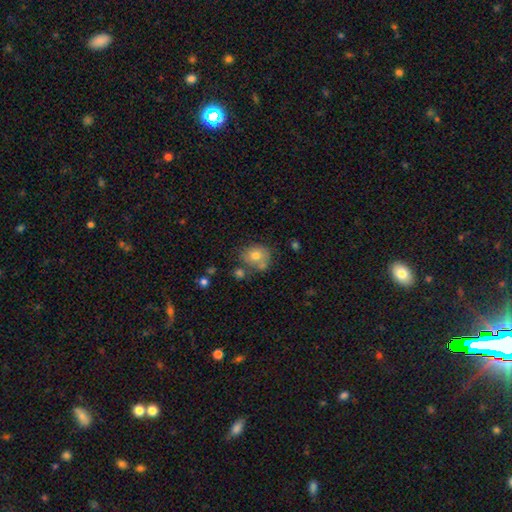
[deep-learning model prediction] A smooth galaxy with no disk features (71%) that is round (65%).

Vote fractions:
- Smooth or featured? smooth: 71% / featured or disk: 19% / star or artifact: 10%
- How rounded? round: 65% / in between: 34% / cigar-shaped: 1%
- Merging? none: 52% / minor disturbance: 21% / merger: 20% / major disturbance: 8%